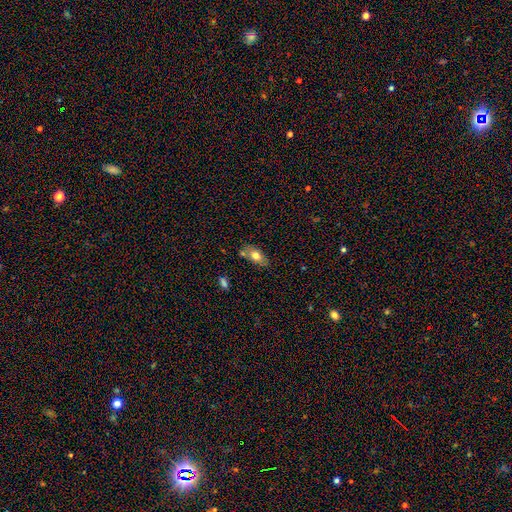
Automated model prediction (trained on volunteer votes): This appears to be a smooth galaxy with no disk features (71%) that is in between round and cigar-shaped (87%). Merging: none (66%).